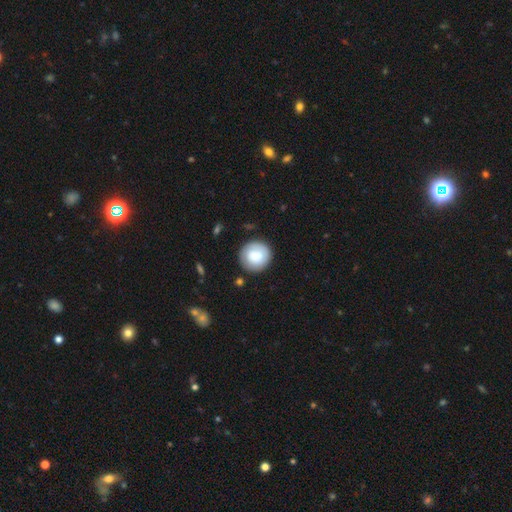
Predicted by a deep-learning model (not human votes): smooth_or_featured: smooth (p=0.80) [alt: featured or disk p=0.14]
how_rounded: round (p=0.92) [alt: in between p=0.07]
merging: none (p=0.85) [alt: minor disturbance p=0.11]